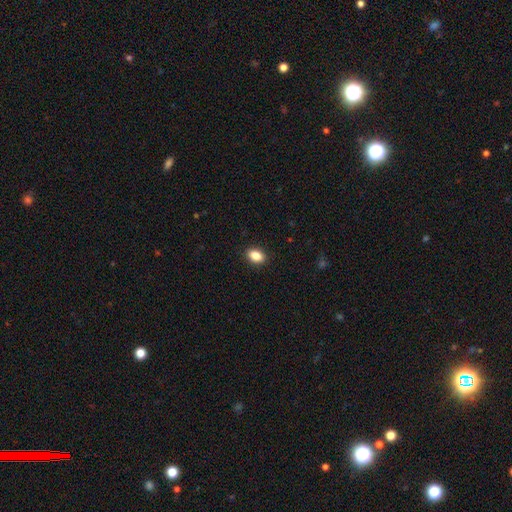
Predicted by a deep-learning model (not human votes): Q: Smooth or featured?
A: smooth (86%); runner-up: star or artifact (9%)
Q: How rounded?
A: in between (82%); runner-up: round (17%)
Q: Merging?
A: none (90%); runner-up: minor disturbance (7%)